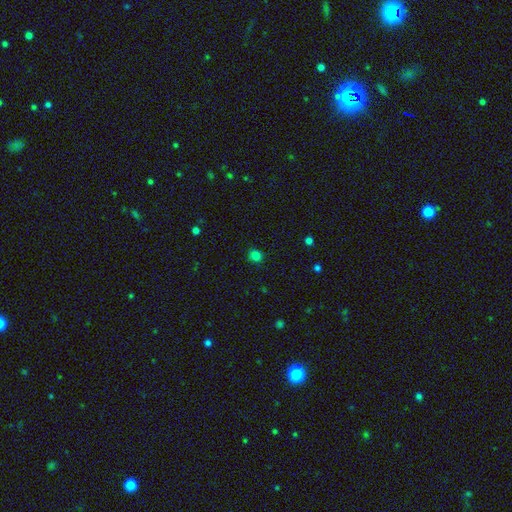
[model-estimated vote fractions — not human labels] smooth_or_featured: smooth (p=0.81) [alt: star or artifact p=0.16]
how_rounded: round (p=0.84) [alt: in between p=0.15]
merging: none (p=0.90) [alt: minor disturbance p=0.07]